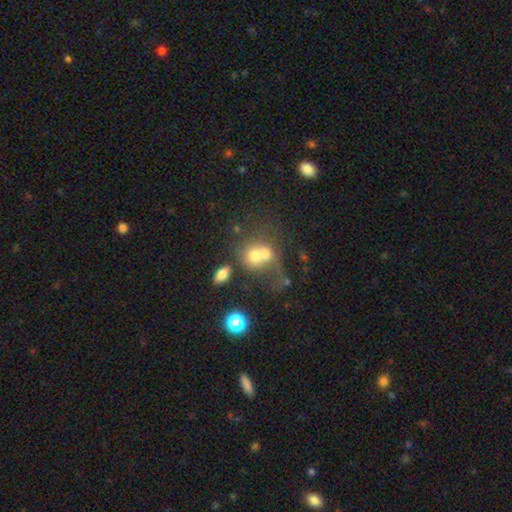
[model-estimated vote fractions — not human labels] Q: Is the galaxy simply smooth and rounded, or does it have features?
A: smooth — 62%.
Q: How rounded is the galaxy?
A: round — 66%.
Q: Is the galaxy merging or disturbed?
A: merger — 66%.